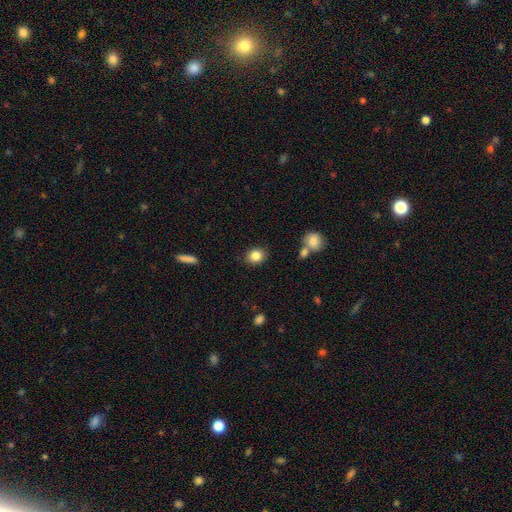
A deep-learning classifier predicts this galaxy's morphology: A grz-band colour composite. It shows a smooth galaxy with no disk features (84%) that is round (63%). Merging: none (85%).